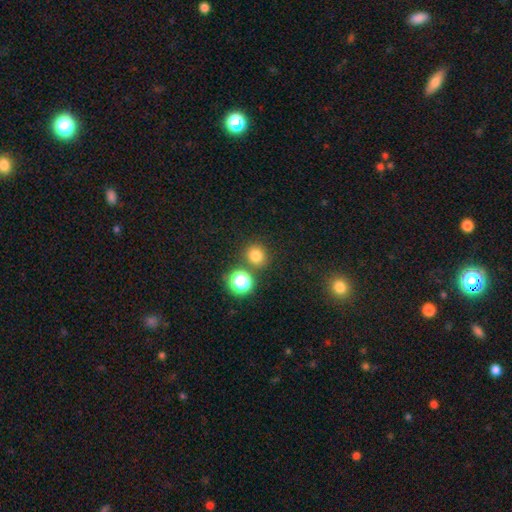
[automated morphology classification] A smooth galaxy with no disk features (77%) that is round (86%). Merging: none (80%).